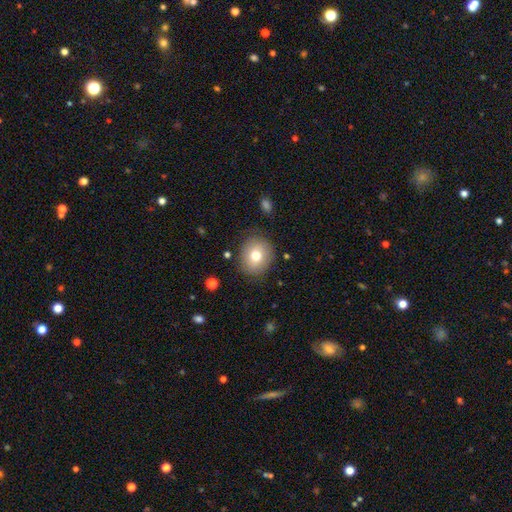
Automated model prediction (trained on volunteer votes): Smooth or featured? smooth (74%)
How rounded? round (75%)
Merging? none (84%)